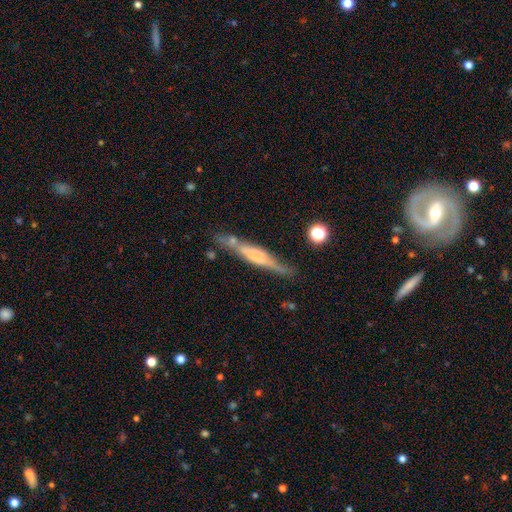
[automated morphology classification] type=featured or disk (64%); edge-on=yes (93%); edge-on bulge=boxy (50%); merging=none (69%).